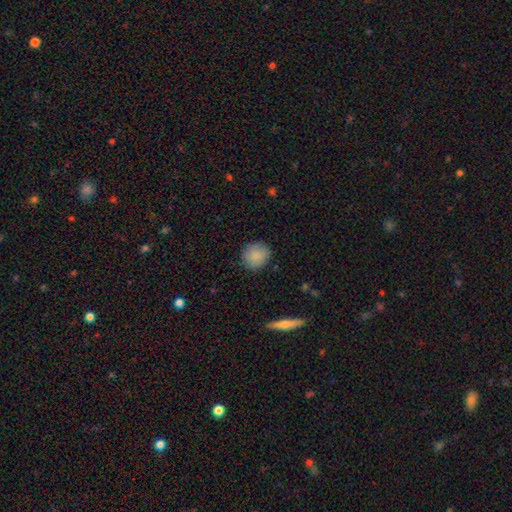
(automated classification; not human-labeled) A smooth galaxy with no disk features (87%) that is round (85%).

Vote fractions:
- Smooth or featured? smooth: 87% / star or artifact: 7% / featured or disk: 5%
- How rounded? round: 85% / in between: 14% / cigar-shaped: 1%
- Merging? none: 86% / minor disturbance: 10% / major disturbance: 2% / merger: 1%